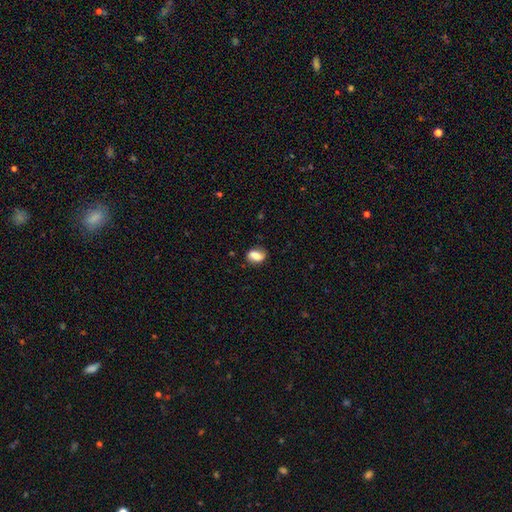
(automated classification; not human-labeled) This is clearly a smooth galaxy (81%). How rounded: likely in between (78%). Merging: likely none (74%).